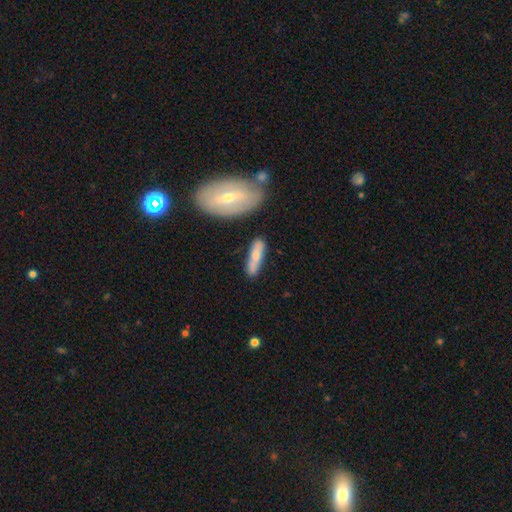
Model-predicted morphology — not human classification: Overall: smooth (62%; featured or disk 32%). How rounded: cigar-shaped (71%). Merging: none (73%).